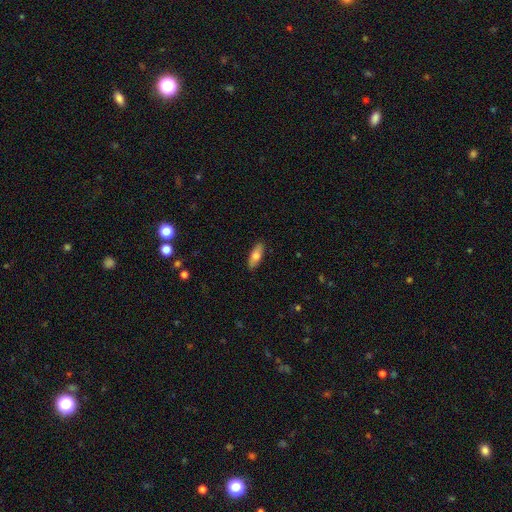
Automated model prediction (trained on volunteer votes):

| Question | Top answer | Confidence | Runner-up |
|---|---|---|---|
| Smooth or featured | smooth | 72% | featured or disk (21%) |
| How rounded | in between | 68% | cigar-shaped (29%) |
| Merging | none | 89% | minor disturbance (9%) |